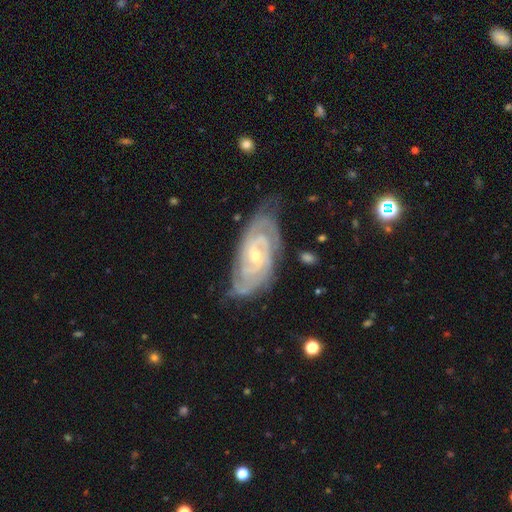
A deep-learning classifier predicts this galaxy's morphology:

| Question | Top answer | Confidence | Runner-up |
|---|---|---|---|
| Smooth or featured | featured or disk | 90% | smooth (5%) |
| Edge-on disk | no | 95% | yes (5%) |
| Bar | no | 51% | weak (37%) |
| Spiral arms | yes | 98% | no (2%) |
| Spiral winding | tight | 75% | medium (21%) |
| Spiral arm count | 2 | 41% | 3 (21%) |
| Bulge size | small | 62% | moderate (35%) |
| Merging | none | 70% | minor disturbance (21%) |